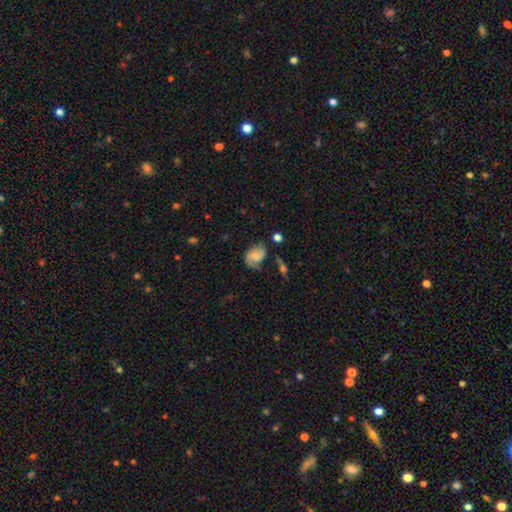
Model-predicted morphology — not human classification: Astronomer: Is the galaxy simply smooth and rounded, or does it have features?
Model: featured or disk — 50% (runner-up: smooth, 41%).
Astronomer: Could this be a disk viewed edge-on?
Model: no — 97%.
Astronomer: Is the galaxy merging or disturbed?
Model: none — 51% (runner-up: minor disturbance, 29%).